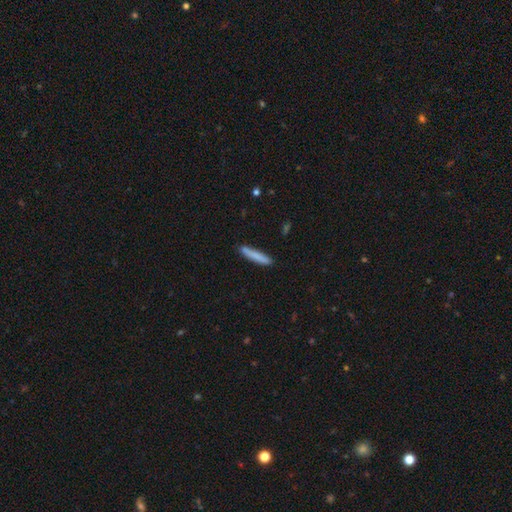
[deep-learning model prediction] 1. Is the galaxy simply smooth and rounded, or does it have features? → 83% smooth, 11% featured or disk, 6% star or artifact.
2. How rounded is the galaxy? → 92% cigar-shaped, 7% in between, 1% round.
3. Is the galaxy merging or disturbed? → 86% none, 11% minor disturbance, 2% merger, 2% major disturbance.